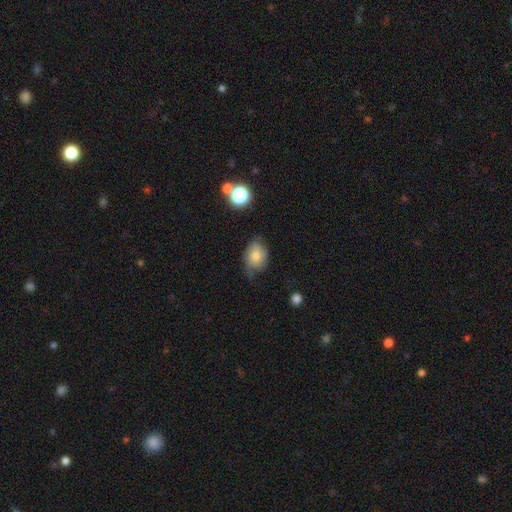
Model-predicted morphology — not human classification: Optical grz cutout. It shows a smooth galaxy with no disk features (67%) that is in between round and cigar-shaped (66%). Merging: none (51%).